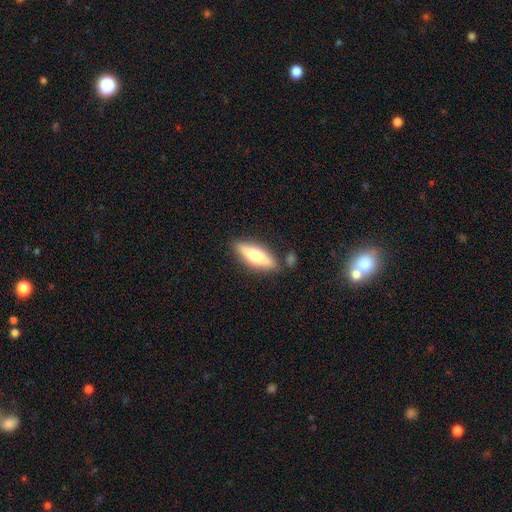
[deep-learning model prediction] This is possibly a smooth galaxy (60%). How rounded: possibly cigar-shaped (56%). Merging: clearly none (81%).